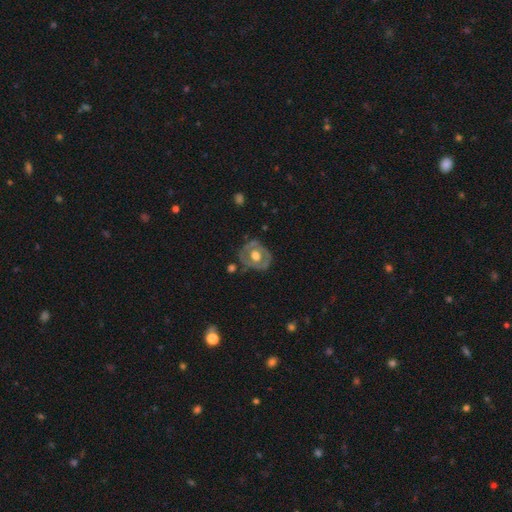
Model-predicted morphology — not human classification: The model was most divided on "bulge size": moderate: 55%, large: 38%, small: 3%, dominant: 2%, none: 1%. More confident: edge-on disk — no (95%); bar — no (79%); spiral arms — no (74%); merging — none (70%); smooth or featured — featured or disk (61%).